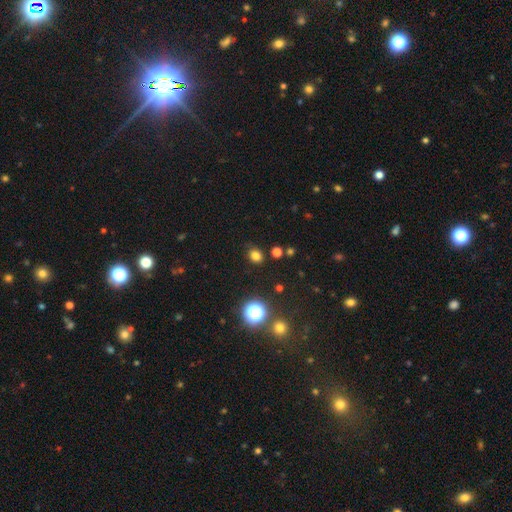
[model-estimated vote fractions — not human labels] This appears to be a smooth galaxy with no disk features (77%) that is round (59%). Merging: none (82%).